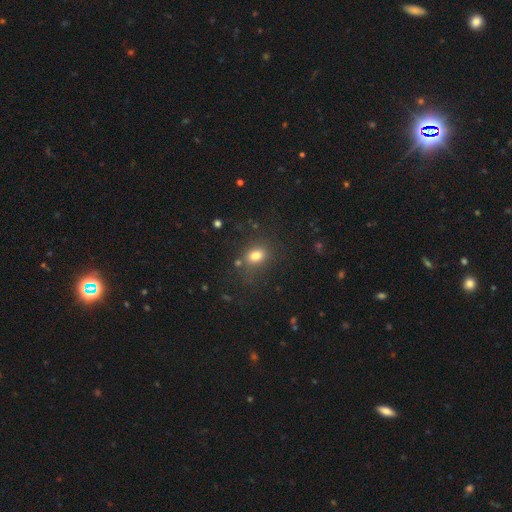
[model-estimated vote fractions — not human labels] Smooth or featured? Predicted: smooth (p=0.78). How rounded? Predicted: in between (p=0.57). Merging? Predicted: none (p=0.74).